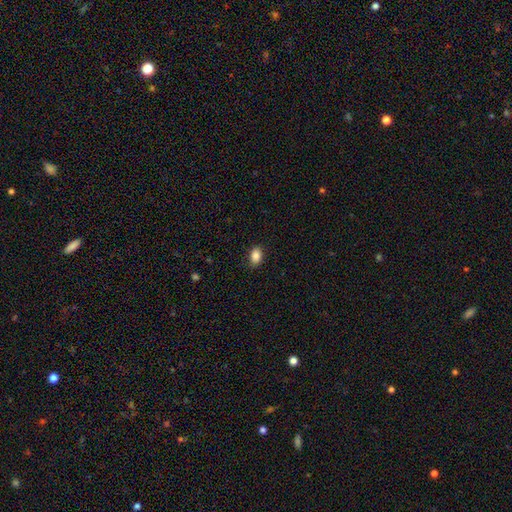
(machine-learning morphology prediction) smooth_or_featured: smooth (p=0.87) [alt: star or artifact p=0.08]
how_rounded: in between (p=0.83) [alt: round p=0.15]
merging: none (p=0.87) [alt: minor disturbance p=0.10]